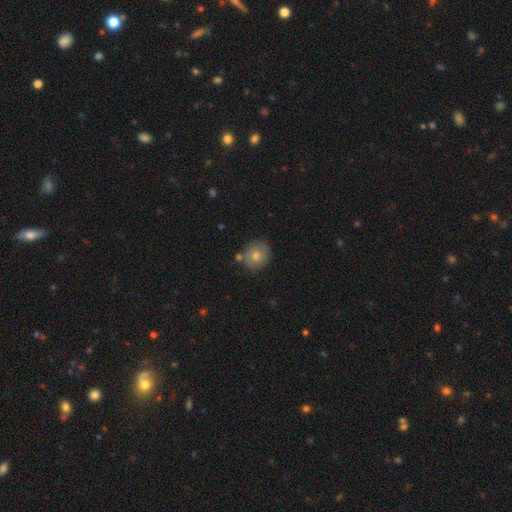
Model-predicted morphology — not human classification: Overall: smooth (72%). How rounded: round (77%). Merging: none (74%).